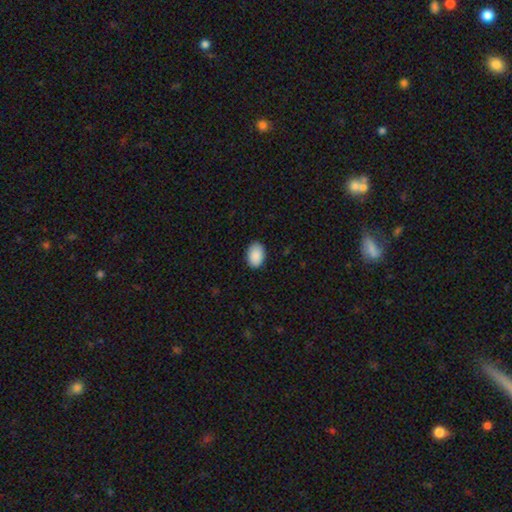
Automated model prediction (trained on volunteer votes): Morphology: type=smooth (91%); roundness=in between (87%); merging=none (87%).